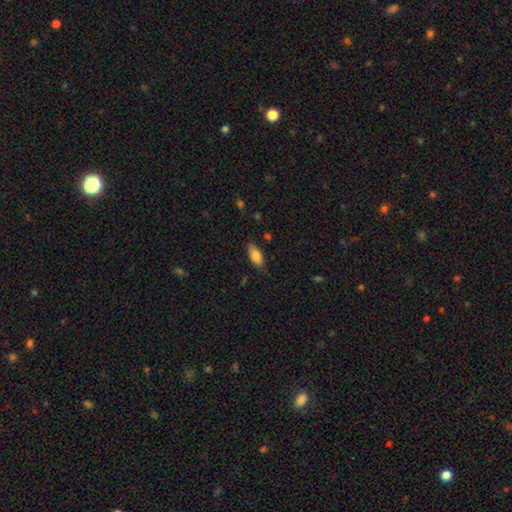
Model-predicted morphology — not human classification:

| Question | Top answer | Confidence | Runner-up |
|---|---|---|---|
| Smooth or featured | smooth | 81% | featured or disk (12%) |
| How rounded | in between | 88% | cigar-shaped (9%) |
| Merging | none | 79% | minor disturbance (17%) |